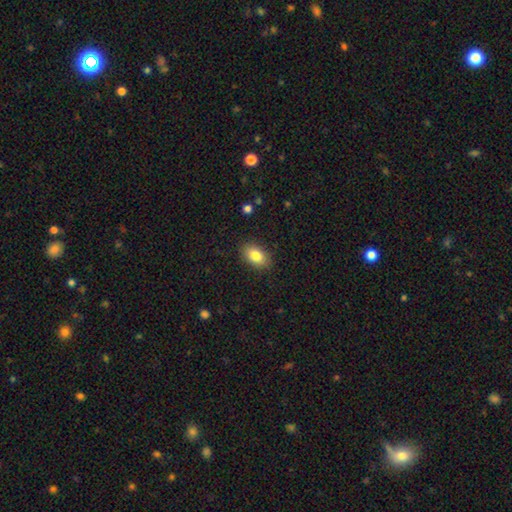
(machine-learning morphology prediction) This appears to be a smooth galaxy with no disk features (83%) that is in between round and cigar-shaped (89%). Merging: none (87%).